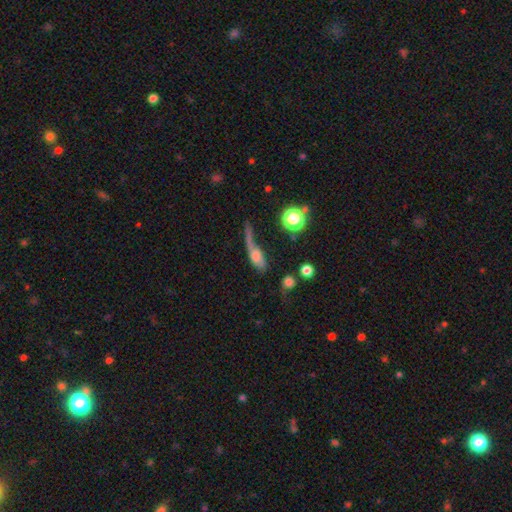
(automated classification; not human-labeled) Smooth or featured? smooth (51%)
How rounded? in between (50%)
Merging? major disturbance (38%)